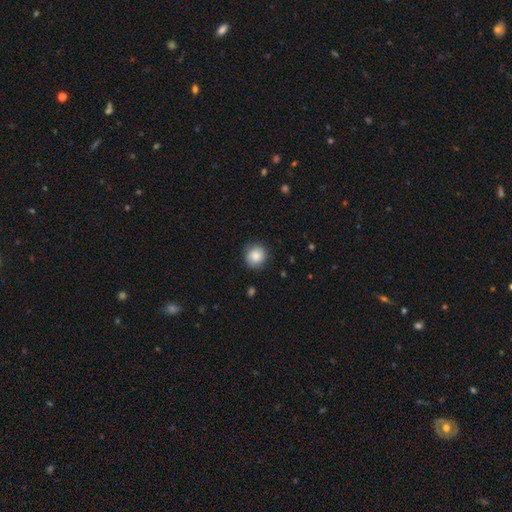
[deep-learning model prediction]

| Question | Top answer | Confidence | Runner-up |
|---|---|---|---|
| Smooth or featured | smooth | 85% | star or artifact (8%) |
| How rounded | round | 88% | in between (11%) |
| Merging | none | 85% | minor disturbance (11%) |